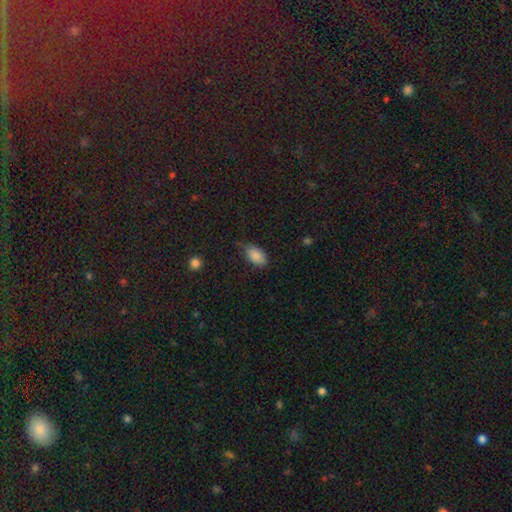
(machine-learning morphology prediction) Q: Smooth or featured?
A: smooth (86%); runner-up: star or artifact (8%)
Q: How rounded?
A: in between (92%); runner-up: round (6%)
Q: Merging?
A: none (64%); runner-up: minor disturbance (28%)